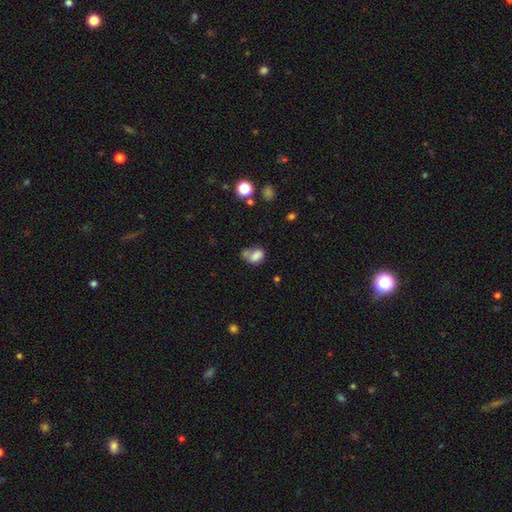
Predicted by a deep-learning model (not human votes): The model was most divided on "merging": merger: 39%, none: 31%, minor disturbance: 19%, major disturbance: 11%. More confident: smooth or featured — smooth (76%); how rounded — in between (75%).